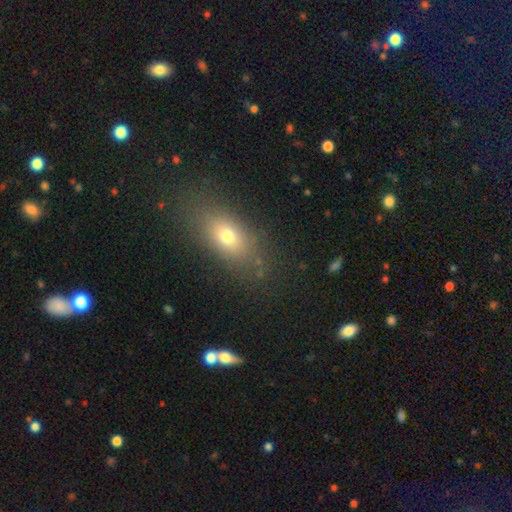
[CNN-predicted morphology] Q: Smooth or featured?
A: smooth (66%); runner-up: star or artifact (18%)
Q: How rounded?
A: in between (73%); runner-up: round (15%)
Q: Merging?
A: none (82%); runner-up: minor disturbance (11%)